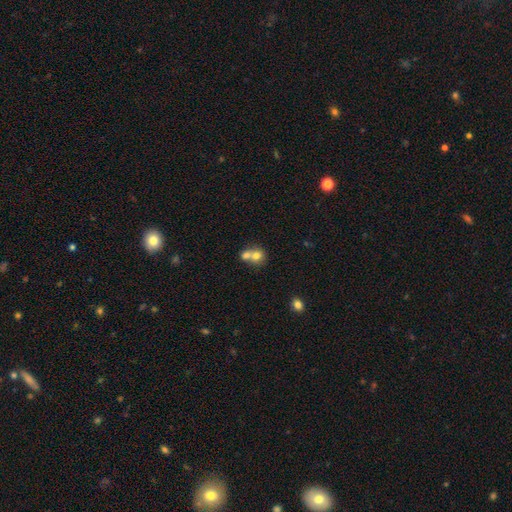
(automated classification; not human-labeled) Smooth or featured? Predicted: smooth (p=0.73). How rounded? Predicted: round (p=0.73). Merging? Predicted: merger (p=0.63).